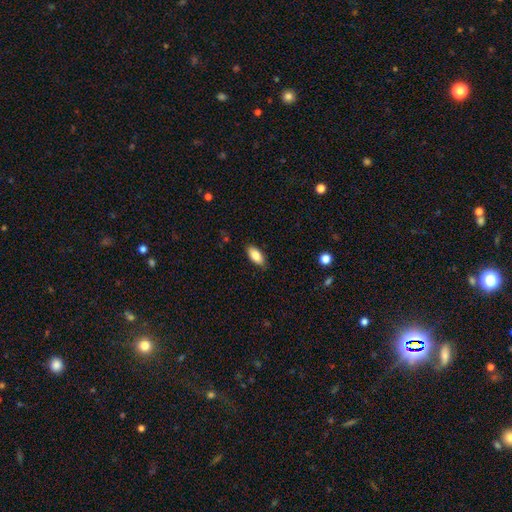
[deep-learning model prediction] smooth_or_featured: smooth (p=0.84) [alt: featured or disk p=0.09]
how_rounded: in between (p=0.88) [alt: cigar-shaped p=0.09]
merging: none (p=0.86) [alt: minor disturbance p=0.11]